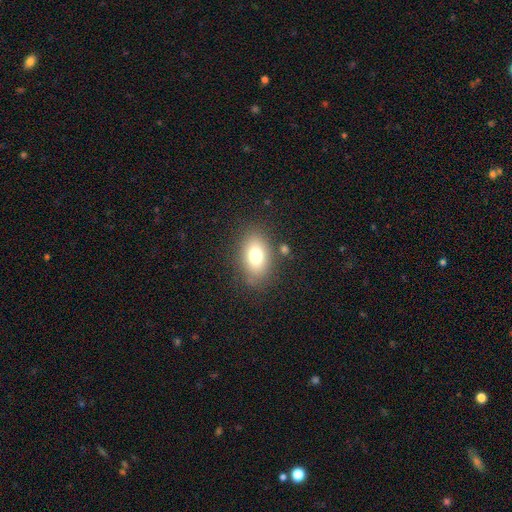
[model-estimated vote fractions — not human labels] Smooth or featured?
  - smooth: 75% *
  - featured or disk: 15%
  - star or artifact: 11%
How rounded?
  - in between: 83% *
  - round: 16%
  - cigar-shaped: 2%
Merging?
  - none: 79% *
  - minor disturbance: 13%
  - major disturbance: 5%
  - merger: 3%